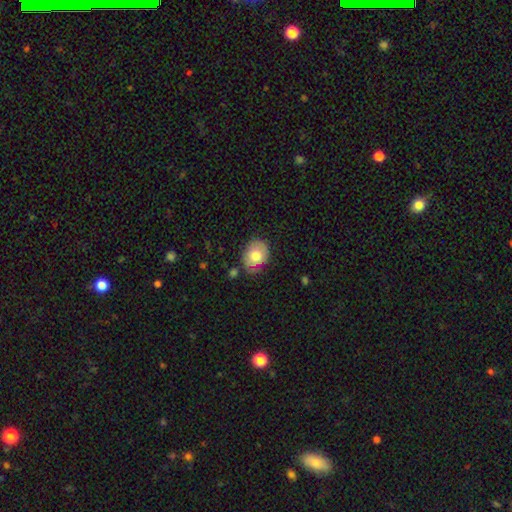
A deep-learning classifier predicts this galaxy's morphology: smooth-or-featured: smooth: 71% | featured or disk: 22% | star or artifact: 8%
  how-rounded: round: 50% | in between: 49% | cigar-shaped: 1%
  merging: none: 70% | minor disturbance: 22% | major disturbance: 5% | merger: 3%